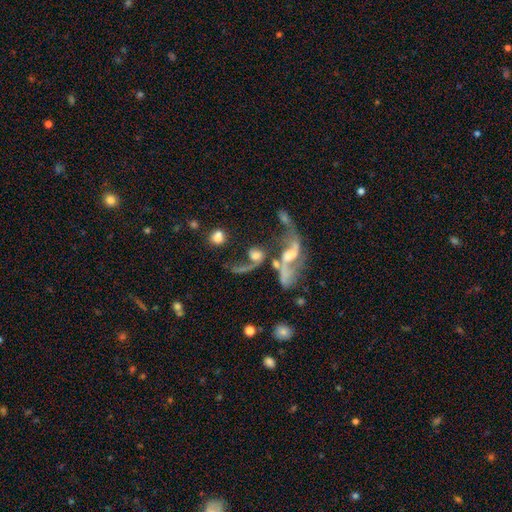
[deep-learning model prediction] smooth-or-featured: featured or disk: 61% | smooth: 26% | star or artifact: 13%
  disk-edge-on: no: 94% | yes: 6%
    bar: no: 58% | weak: 30% | strong: 12%
    has-spiral-arms: yes: 78% | no: 22%
    bulge-size: moderate: 38% | small: 22% | large: 18% | none: 18% | dominant: 4%
  merging: merger: 50% | major disturbance: 20% | none: 20% | minor disturbance: 9%